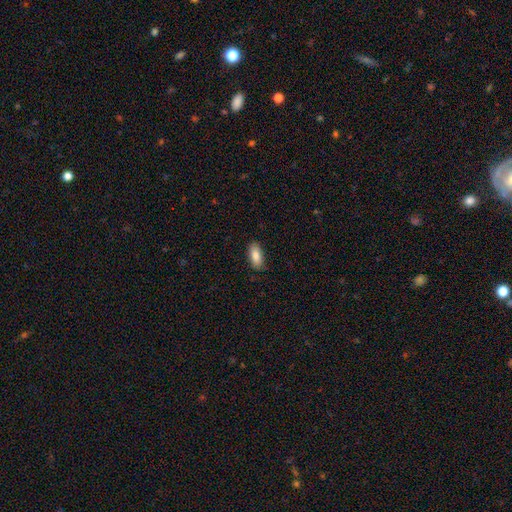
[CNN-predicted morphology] This is clearly a smooth galaxy (87%). How rounded: clearly in between (88%). Merging: clearly none (87%).